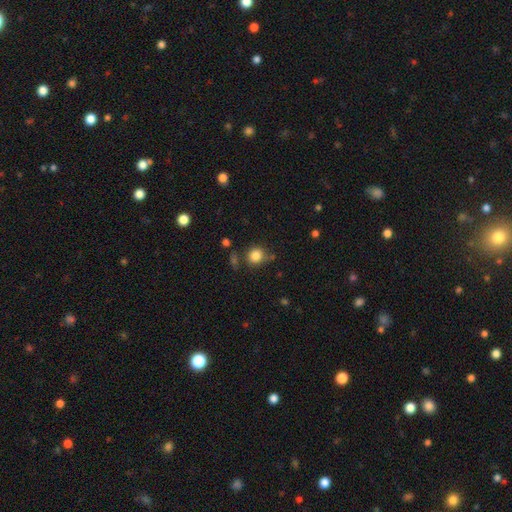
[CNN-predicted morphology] Q: Smooth or featured?
A: smooth (83%); runner-up: star or artifact (11%)
Q: How rounded?
A: round (85%); runner-up: in between (14%)
Q: Merging?
A: none (75%); runner-up: minor disturbance (13%)